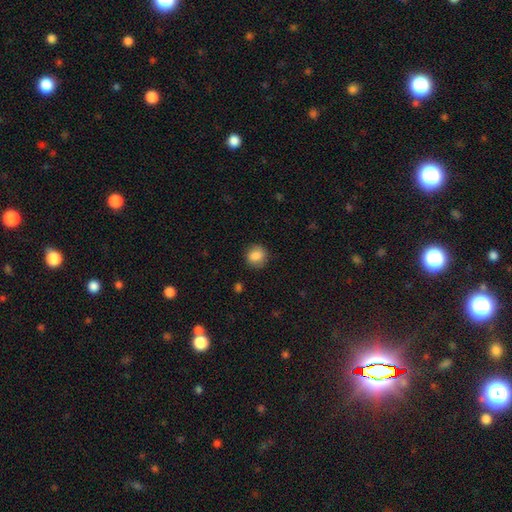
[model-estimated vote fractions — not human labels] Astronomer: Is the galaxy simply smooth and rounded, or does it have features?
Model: smooth — 86%.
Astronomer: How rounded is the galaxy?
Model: round — 79%.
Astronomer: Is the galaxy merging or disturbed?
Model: none — 84%.